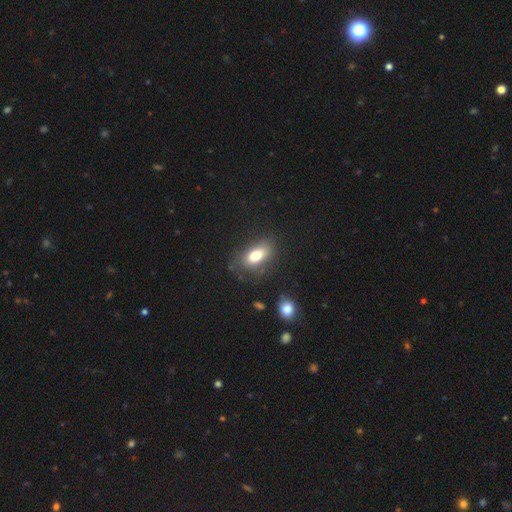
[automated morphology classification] Smooth or featured?
  - smooth: 74% *
  - featured or disk: 16%
  - star or artifact: 9%
How rounded?
  - in between: 85% *
  - round: 10%
  - cigar-shaped: 5%
Merging?
  - none: 72% *
  - minor disturbance: 18%
  - major disturbance: 7%
  - merger: 3%